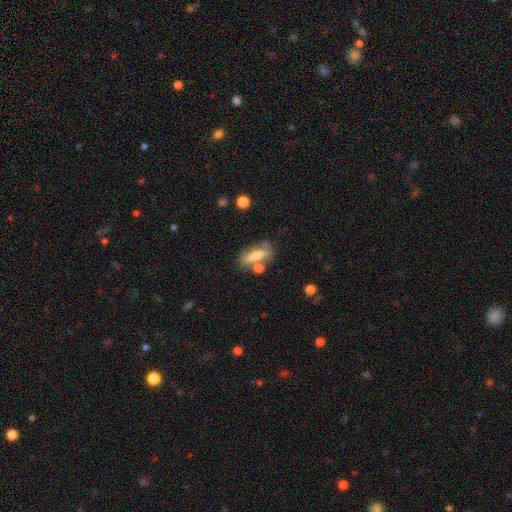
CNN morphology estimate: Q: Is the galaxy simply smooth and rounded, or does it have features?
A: smooth — 57%.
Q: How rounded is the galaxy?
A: in between — 54%.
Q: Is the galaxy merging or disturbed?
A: none — 62%.